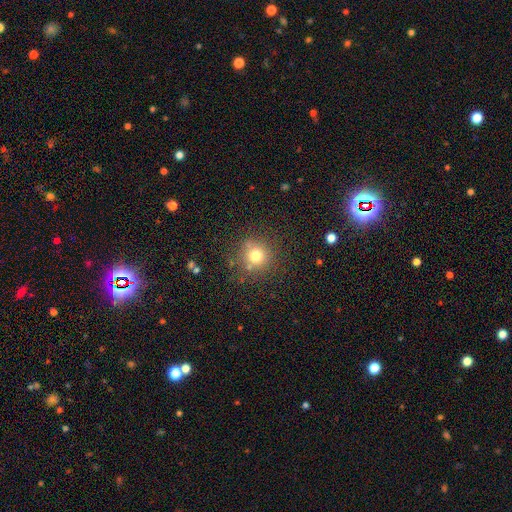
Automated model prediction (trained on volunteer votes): This appears to be a smooth galaxy with no disk features (74%) that is round (92%). Merging: none (79%).